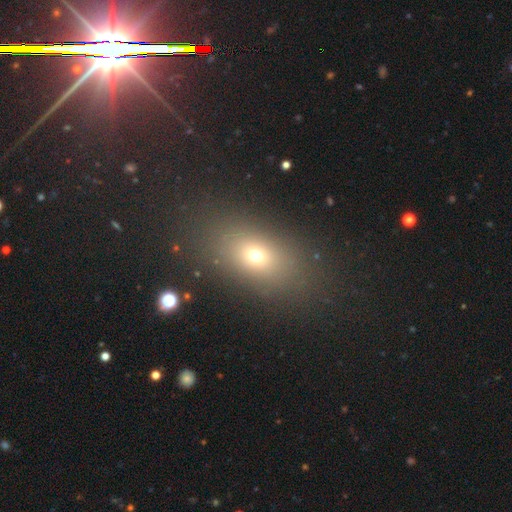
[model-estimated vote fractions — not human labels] smooth-or-featured: smooth: 67% | star or artifact: 18% | featured or disk: 15%
  how-rounded: in between: 75% | round: 21% | cigar-shaped: 4%
  merging: none: 82% | minor disturbance: 10% | major disturbance: 6% | merger: 2%